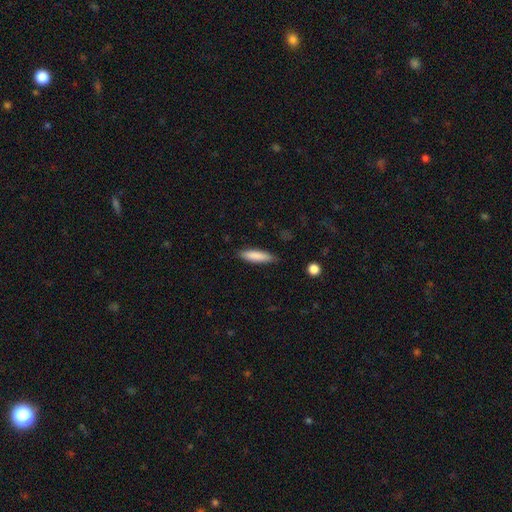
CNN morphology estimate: smooth_or_featured: smooth (p=0.84) [alt: featured or disk p=0.10]
how_rounded: cigar-shaped (p=0.72) [alt: in between p=0.26]
merging: none (p=0.82) [alt: minor disturbance p=0.14]